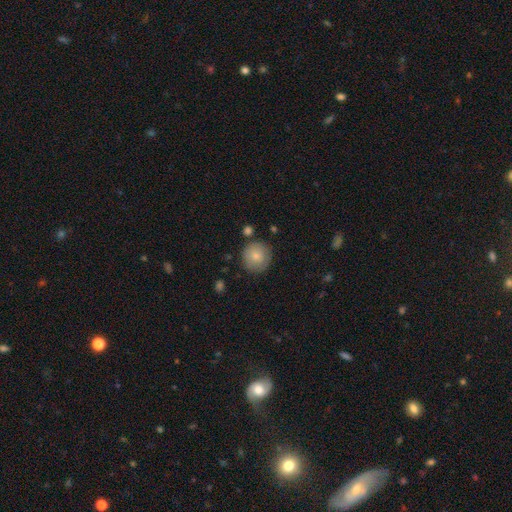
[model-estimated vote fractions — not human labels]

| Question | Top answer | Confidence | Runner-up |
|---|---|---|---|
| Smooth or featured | smooth | 81% | featured or disk (12%) |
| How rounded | round | 93% | in between (6%) |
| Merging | none | 81% | minor disturbance (12%) |